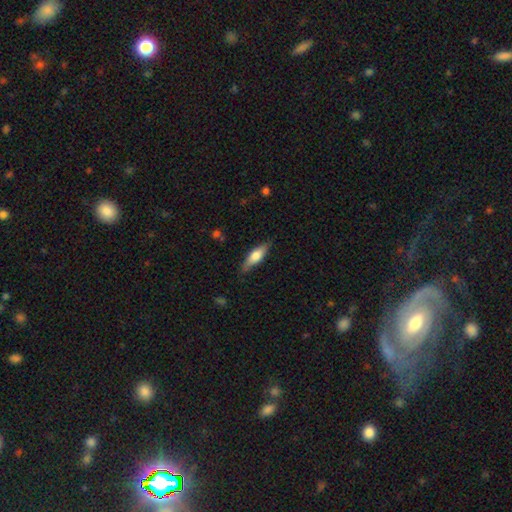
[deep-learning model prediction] Q: Smooth or featured?
A: smooth (57%); runner-up: featured or disk (38%)
Q: How rounded?
A: cigar-shaped (50%); runner-up: in between (48%)
Q: Merging?
A: none (80%); runner-up: minor disturbance (16%)